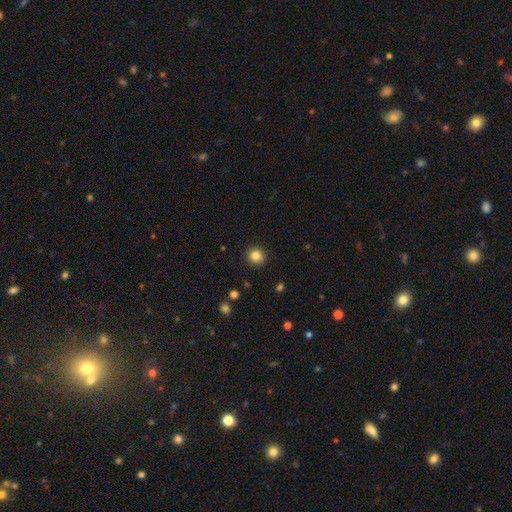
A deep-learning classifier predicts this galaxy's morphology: A smooth galaxy with no disk features (85%) that is round (92%). Merging: none (92%).